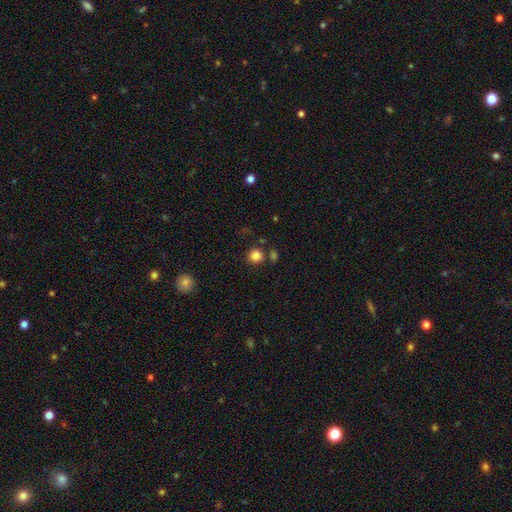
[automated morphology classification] Q: Smooth or featured?
A: smooth (84%); runner-up: star or artifact (12%)
Q: How rounded?
A: round (87%); runner-up: in between (12%)
Q: Merging?
A: none (77%); runner-up: merger (10%)